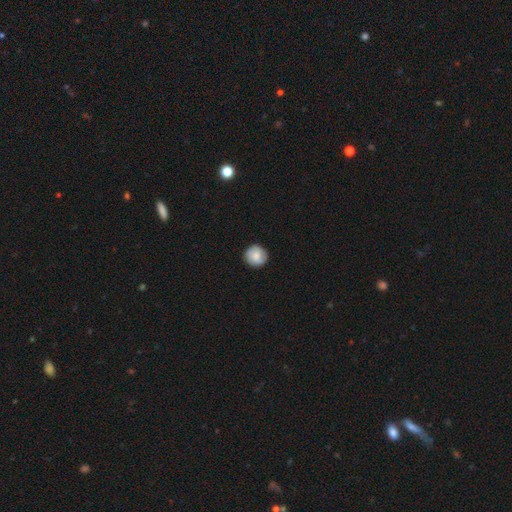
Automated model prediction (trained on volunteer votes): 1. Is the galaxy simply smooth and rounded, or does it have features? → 77% smooth, 16% featured or disk, 7% star or artifact.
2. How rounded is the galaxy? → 93% round, 6% in between, 1% cigar-shaped.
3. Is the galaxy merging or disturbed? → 87% none, 10% minor disturbance, 2% major disturbance, 1% merger.